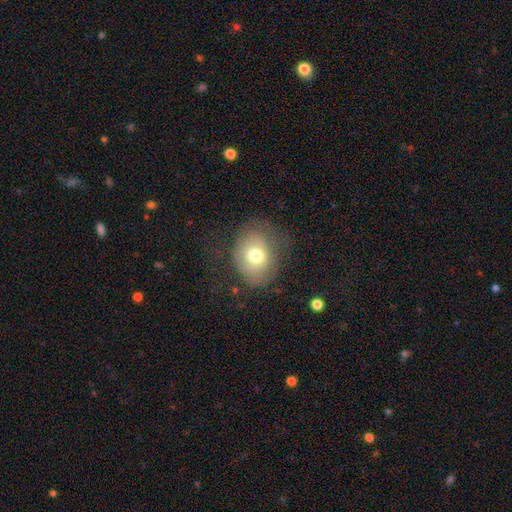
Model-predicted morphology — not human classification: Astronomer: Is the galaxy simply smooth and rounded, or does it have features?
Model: smooth — 72%.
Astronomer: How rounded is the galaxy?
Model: round — 52% (runner-up: in between, 47%).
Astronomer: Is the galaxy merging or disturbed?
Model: none — 56%.